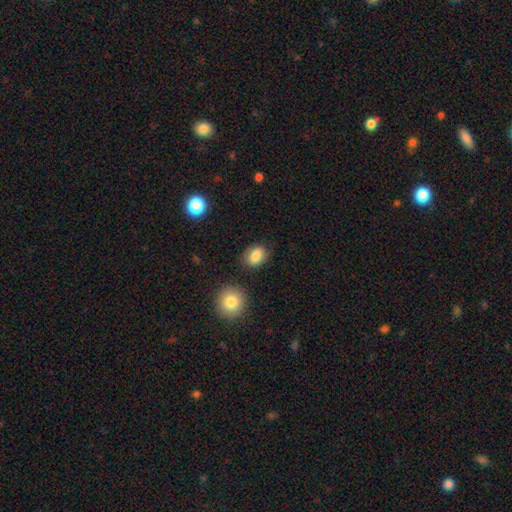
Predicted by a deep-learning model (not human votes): This appears to be a smooth galaxy with no disk features (85%) that is in between round and cigar-shaped (69%). Merging: none (81%).